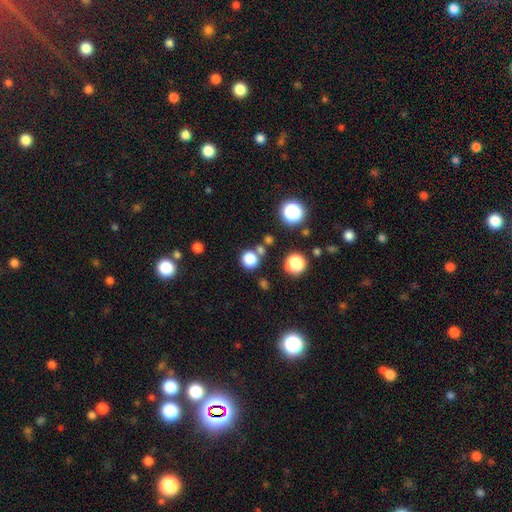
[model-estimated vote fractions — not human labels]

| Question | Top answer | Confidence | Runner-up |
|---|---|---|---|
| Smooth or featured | smooth | 60% | star or artifact (34%) |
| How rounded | round | 90% | in between (8%) |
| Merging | none | 83% | merger (7%) |